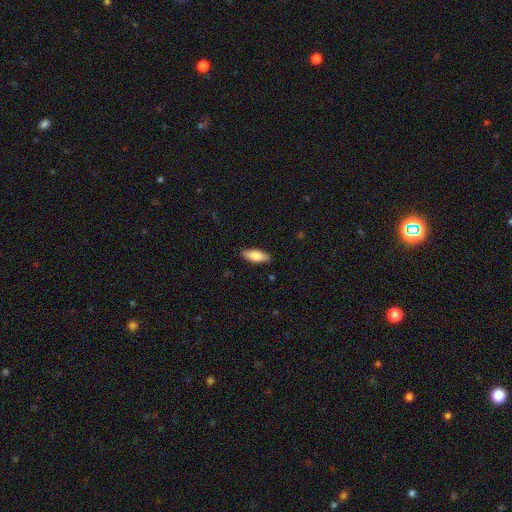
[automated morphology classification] smooth_or_featured: smooth (p=0.81) [alt: featured or disk p=0.13]
how_rounded: in between (p=0.75) [alt: cigar-shaped p=0.23]
merging: none (p=0.88) [alt: minor disturbance p=0.09]